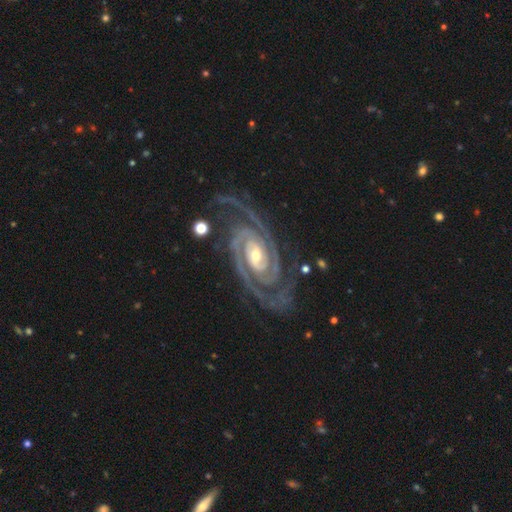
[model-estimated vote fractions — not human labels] Smooth or featured?
  - featured or disk: 94% *
  - star or artifact: 4%
  - smooth: 2%
Edge-on disk?
  - no: 97% *
  - yes: 3%
Bar?
  - no: 45% *
  - weak: 28%
  - strong: 26%
Spiral arms?
  - yes: 99% *
  - no: 1%
Spiral winding?
  - tight: 75% *
  - medium: 22%
  - loose: 3%
Spiral arm count?
  - 2: 68% *
  - 3: 15%
  - 4: 5%
  - can't tell: 5%
  - more than 4: 4%
  - 1: 3%
Bulge size?
  - small: 49% *
  - moderate: 47%
  - large: 3%
  - none: 1%
  - dominant: 1%
Merging?
  - none: 75% *
  - minor disturbance: 15%
  - major disturbance: 7%
  - merger: 2%